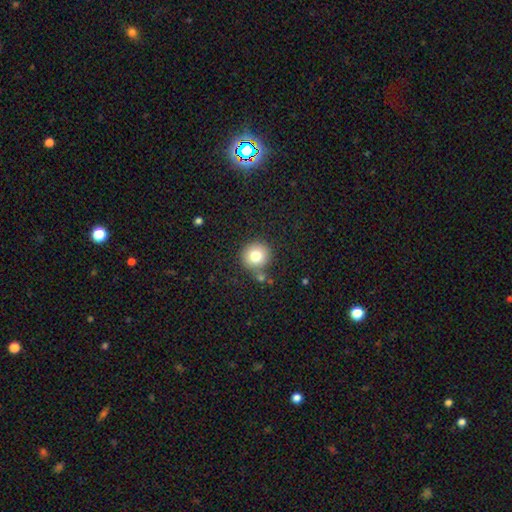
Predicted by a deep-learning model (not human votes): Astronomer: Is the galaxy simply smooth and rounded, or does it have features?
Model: smooth — 78%.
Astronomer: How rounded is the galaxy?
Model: round — 94%.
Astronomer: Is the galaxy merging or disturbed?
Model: none — 79%.